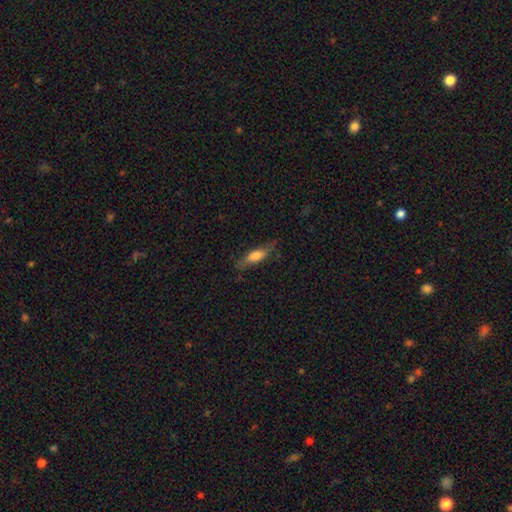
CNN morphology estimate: The model was most divided on "how rounded": cigar-shaped: 50%, in between: 48%, round: 2%. More confident: merging — none (69%); smooth or featured — smooth (66%).